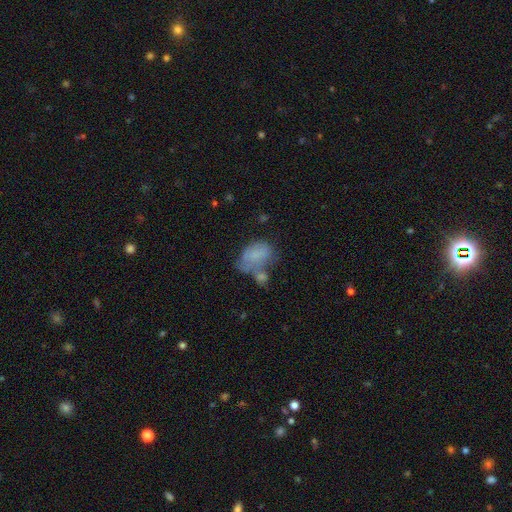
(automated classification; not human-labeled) Q: Smooth or featured?
A: smooth (66%); runner-up: featured or disk (23%)
Q: How rounded?
A: in between (81%); runner-up: round (17%)
Q: Merging?
A: merger (31%); runner-up: none (26%)